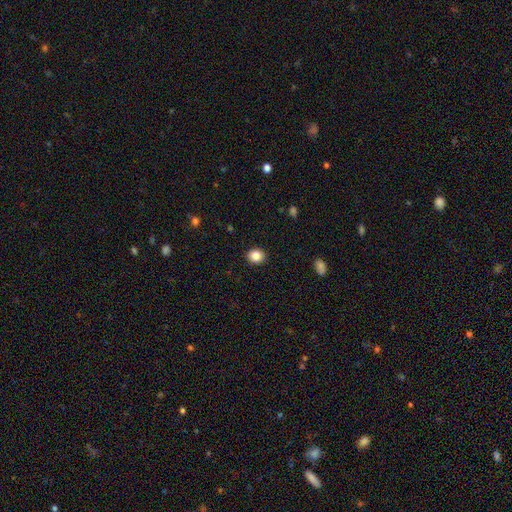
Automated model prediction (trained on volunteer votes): Smooth or featured? Predicted: smooth (p=0.86). How rounded? Predicted: round (p=0.71). Merging? Predicted: none (p=0.91).